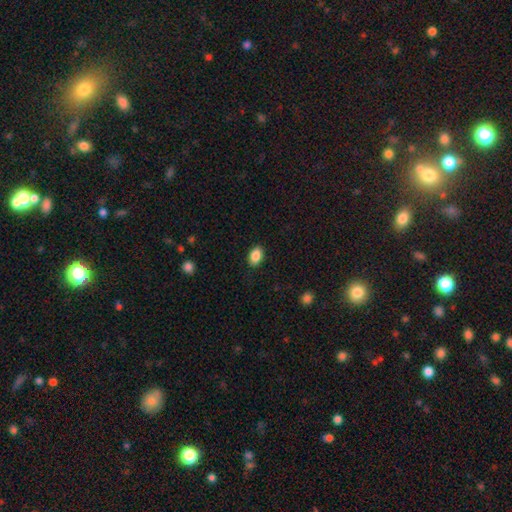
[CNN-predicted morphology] Smooth or featured: smooth — 88% (star or artifact — 8%)
How rounded: in between — 85% (round — 13%)
Merging: none — 88% (minor disturbance — 9%)